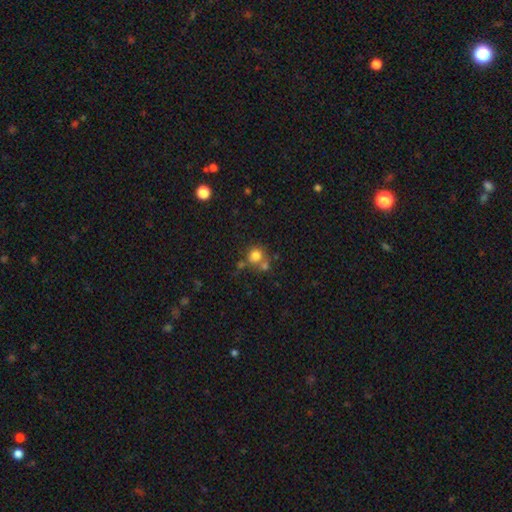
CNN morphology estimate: smooth 77%, star or artifact 13%, featured or disk 11%. Down the decision tree: how rounded — round (85%); merging — none (52%).